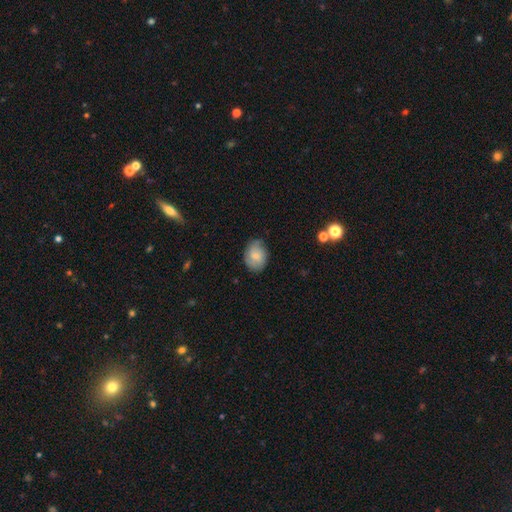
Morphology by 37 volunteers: smooth-or-featured: smooth: 76% | featured or disk: 24% | star or artifact: 0%
  how-rounded: in between: 71% | round: 25% | cigar-shaped: 4%
  merging: none: 62% | minor disturbance: 32% | major disturbance: 5% | merger: 0%